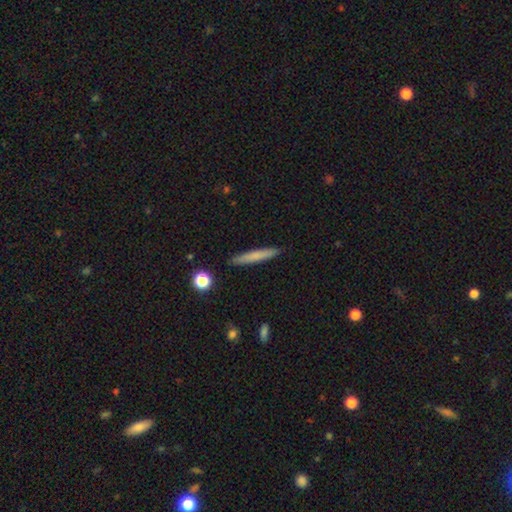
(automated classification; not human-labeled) Morphology: type=smooth (70%); roundness=cigar-shaped (95%); merging=none (91%).